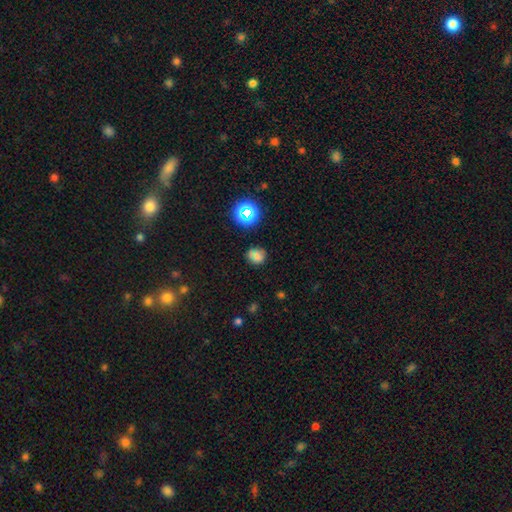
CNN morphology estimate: Smooth or featured?
  - smooth: 67% *
  - star or artifact: 21%
  - featured or disk: 12%
How rounded?
  - round: 72% *
  - in between: 27%
  - cigar-shaped: 1%
Merging?
  - none: 70% *
  - minor disturbance: 17%
  - merger: 8%
  - major disturbance: 5%